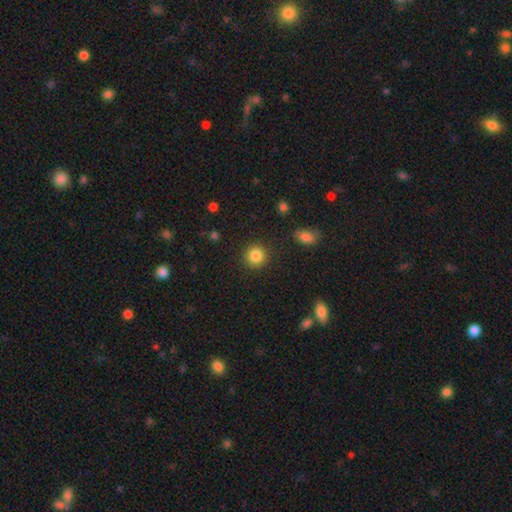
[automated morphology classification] Smooth or featured? smooth (85%)
How rounded? round (92%)
Merging? none (90%)